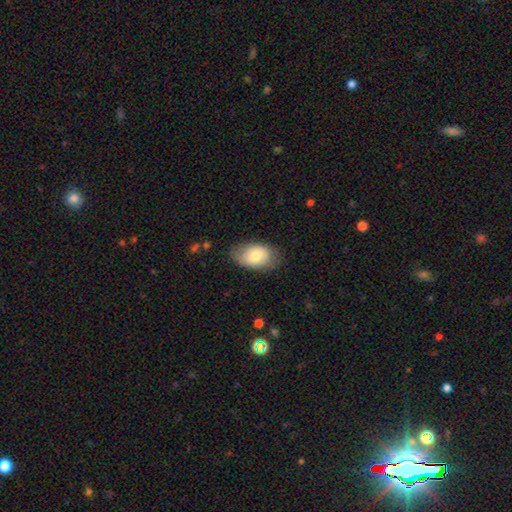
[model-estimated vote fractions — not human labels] Overall: smooth (72%). How rounded: in between (91%). Merging: none (75%).